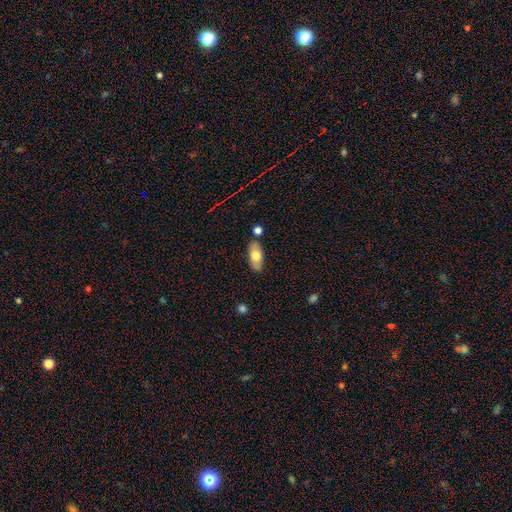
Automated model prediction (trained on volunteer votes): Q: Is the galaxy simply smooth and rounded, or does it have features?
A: smooth — 70%.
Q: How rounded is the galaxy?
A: in between — 89%.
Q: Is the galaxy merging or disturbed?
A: none — 78%.